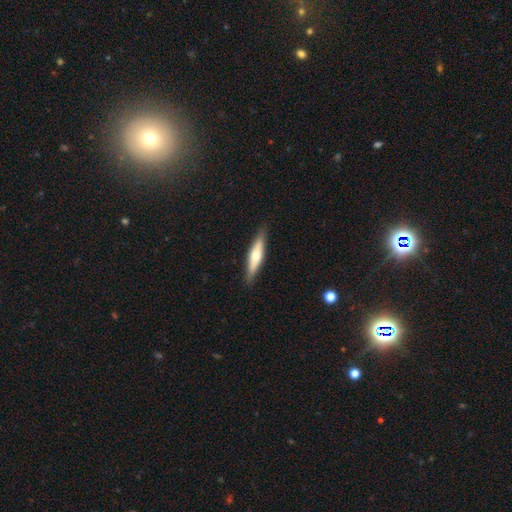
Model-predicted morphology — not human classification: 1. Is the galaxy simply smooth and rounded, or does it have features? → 49% featured or disk, 46% smooth, 5% star or artifact.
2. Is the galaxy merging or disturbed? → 89% none, 9% minor disturbance, 2% major disturbance, 1% merger.